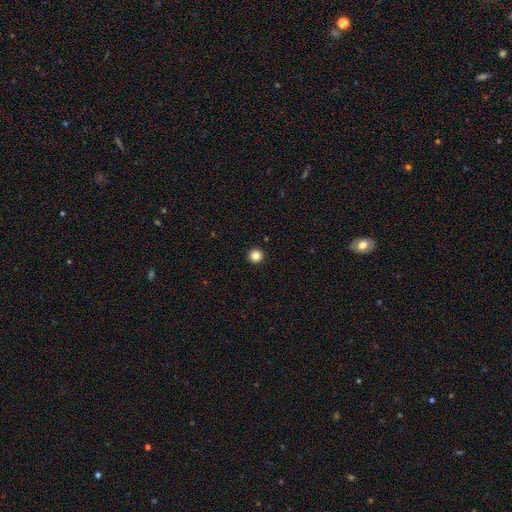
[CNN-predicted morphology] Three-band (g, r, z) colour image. It shows a smooth galaxy with no disk features (85%) that is round (96%). Merging: none (94%).